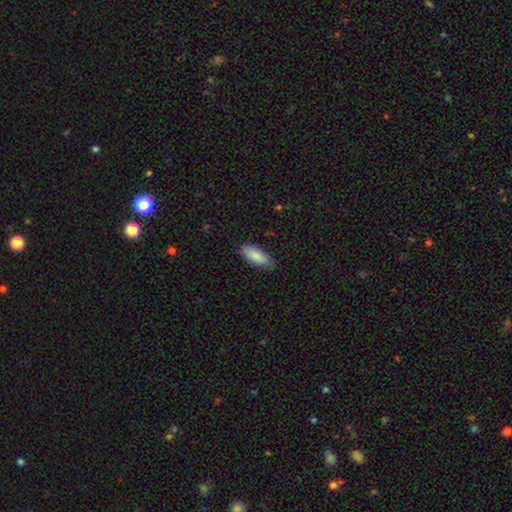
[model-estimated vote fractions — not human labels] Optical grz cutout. It shows a smooth galaxy with no disk features (87%) that is in between round and cigar-shaped (75%). Merging: none (83%).